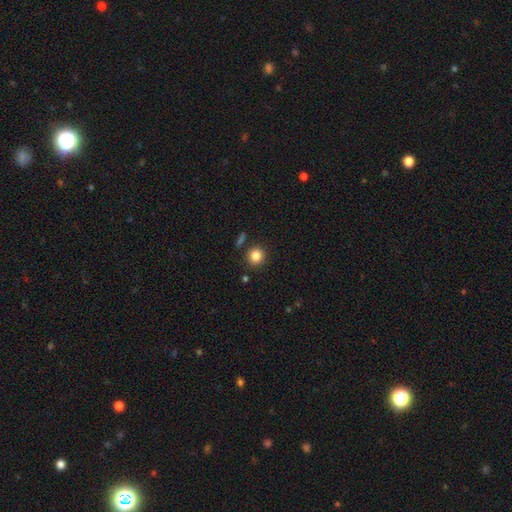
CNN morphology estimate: Smooth or featured?
  - smooth: 84% *
  - star or artifact: 11%
  - featured or disk: 5%
How rounded?
  - round: 90% *
  - in between: 9%
  - cigar-shaped: 1%
Merging?
  - none: 86% *
  - minor disturbance: 7%
  - merger: 4%
  - major disturbance: 2%